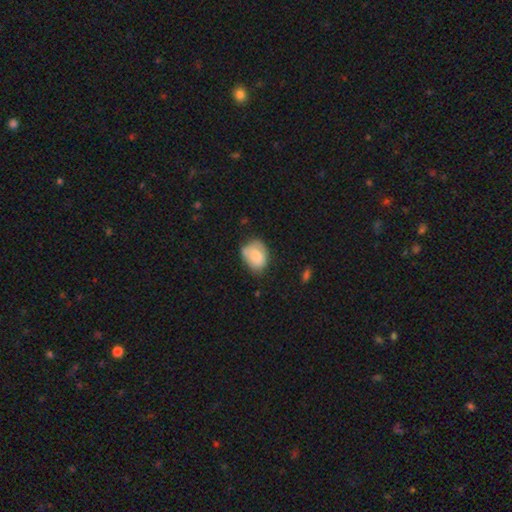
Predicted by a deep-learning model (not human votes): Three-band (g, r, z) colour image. It shows a smooth galaxy with no disk features (75%) that is in between round and cigar-shaped (62%). Merging: none (54%).